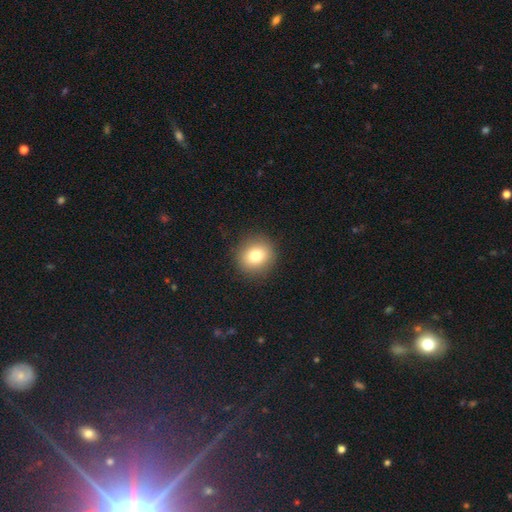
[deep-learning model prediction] smooth-or-featured: smooth: 79% | star or artifact: 11% | featured or disk: 10%
  how-rounded: round: 84% | in between: 15% | cigar-shaped: 1%
  merging: none: 90% | minor disturbance: 7% | major disturbance: 2% | merger: 1%